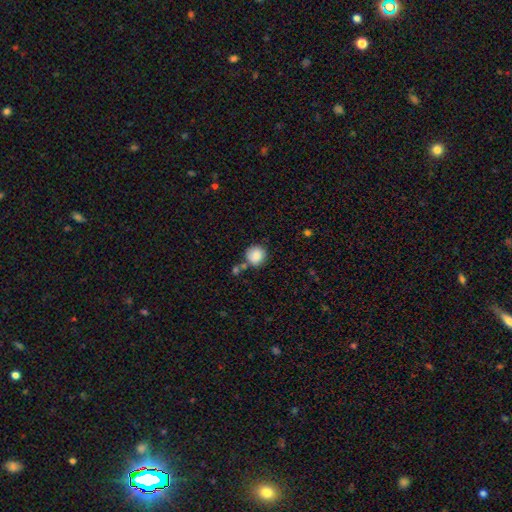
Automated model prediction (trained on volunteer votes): Q: Smooth or featured?
A: smooth (87%); runner-up: star or artifact (8%)
Q: How rounded?
A: round (91%); runner-up: in between (8%)
Q: Merging?
A: none (72%); runner-up: minor disturbance (13%)